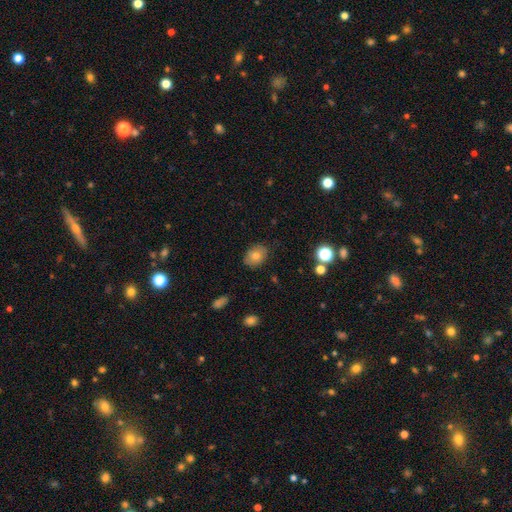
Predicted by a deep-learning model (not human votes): Q: Smooth or featured?
A: smooth (75%); runner-up: featured or disk (15%)
Q: How rounded?
A: in between (62%); runner-up: round (37%)
Q: Merging?
A: none (83%); runner-up: minor disturbance (13%)